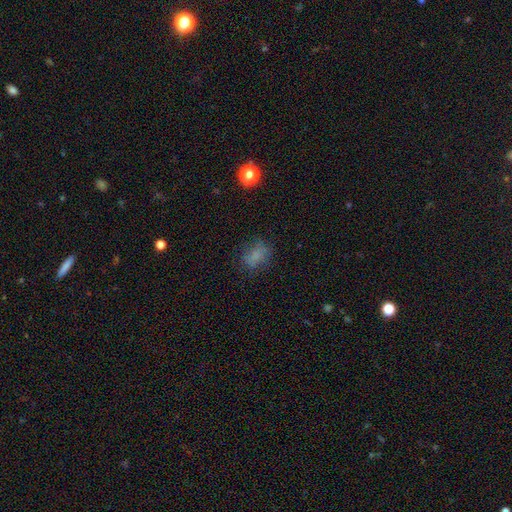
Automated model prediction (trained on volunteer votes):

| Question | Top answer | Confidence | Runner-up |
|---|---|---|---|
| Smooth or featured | smooth | 69% | star or artifact (17%) |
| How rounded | in between | 62% | round (36%) |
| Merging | none | 67% | minor disturbance (20%) |